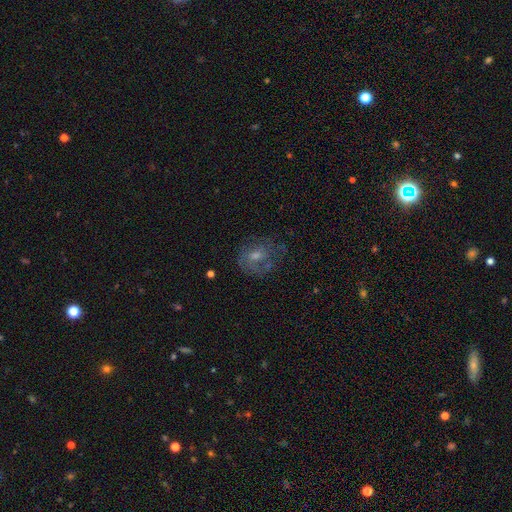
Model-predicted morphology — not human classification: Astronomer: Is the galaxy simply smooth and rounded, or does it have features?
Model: featured or disk — 50% (runner-up: smooth, 32%).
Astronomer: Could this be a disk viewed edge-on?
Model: no — 96%.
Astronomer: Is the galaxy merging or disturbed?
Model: none — 61%.